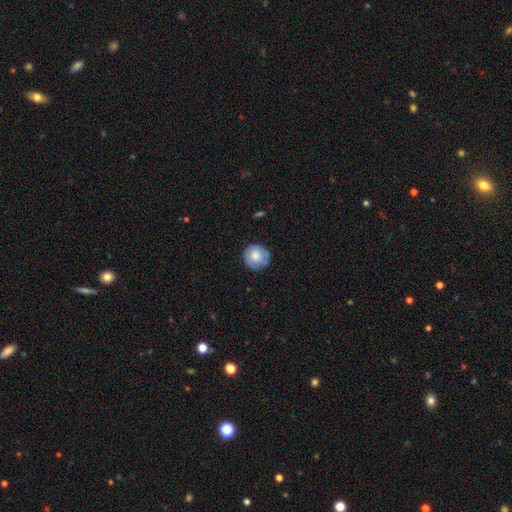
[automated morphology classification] This is likely a smooth galaxy (72%). How rounded: clearly round (92%). Merging: likely none (75%).